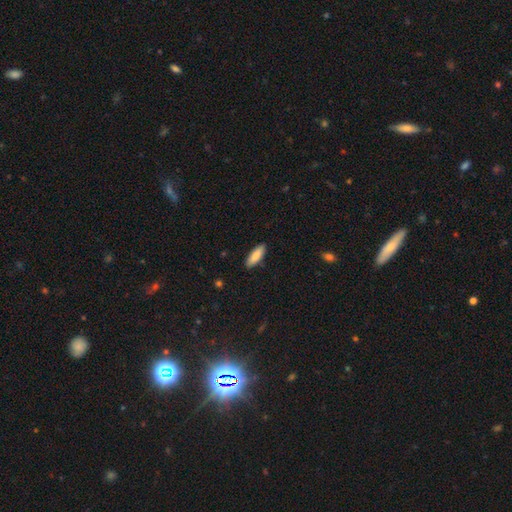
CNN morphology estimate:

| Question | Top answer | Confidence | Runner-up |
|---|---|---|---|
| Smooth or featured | smooth | 83% | featured or disk (11%) |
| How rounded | in between | 56% | cigar-shaped (42%) |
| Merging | none | 89% | minor disturbance (8%) |